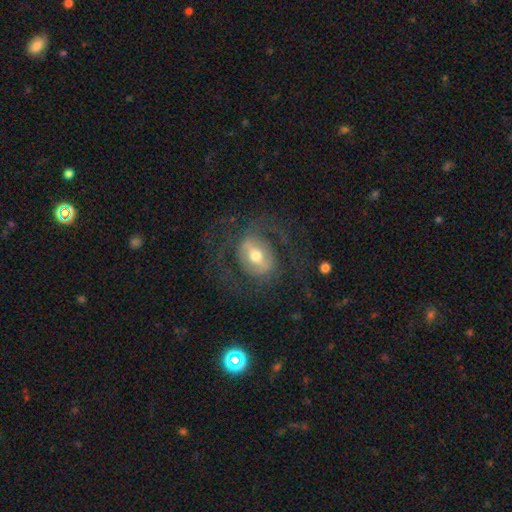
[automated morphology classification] type=featured or disk (73%); edge-on=no (95%); bar=strong (39%, tied with weak); spiral arms=yes (70%); bulge=moderate (70%); merging=none (67%).